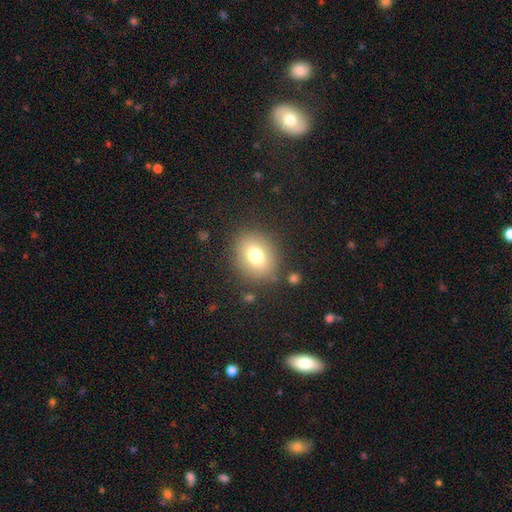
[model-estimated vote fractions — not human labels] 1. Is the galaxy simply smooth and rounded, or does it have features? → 75% smooth, 13% featured or disk, 12% star or artifact.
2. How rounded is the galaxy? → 62% round, 37% in between, 1% cigar-shaped.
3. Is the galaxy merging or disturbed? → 84% none, 10% minor disturbance, 4% major disturbance, 2% merger.